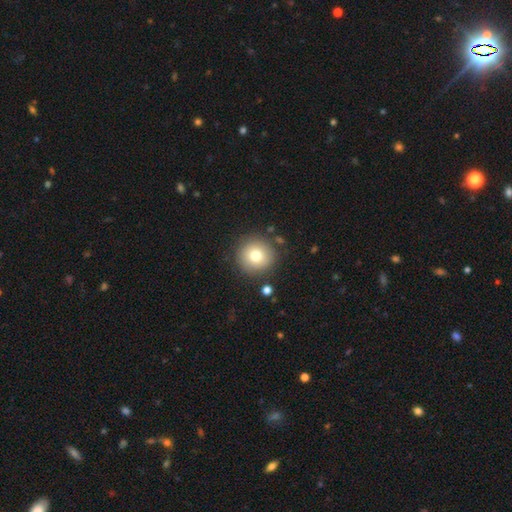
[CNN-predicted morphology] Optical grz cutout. It shows a smooth galaxy with no disk features (76%) that is round (95%). Merging: none (87%).